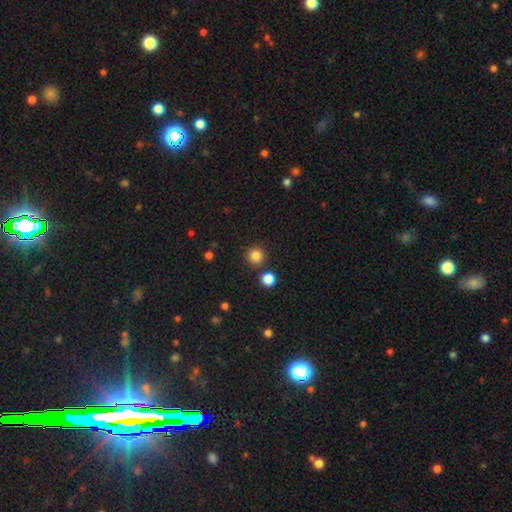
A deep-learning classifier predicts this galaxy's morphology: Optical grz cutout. It shows a smooth galaxy with no disk features (84%) that is round (95%). Merging: none (86%).